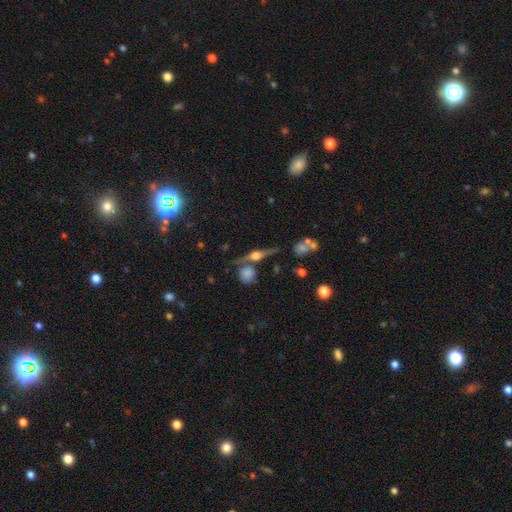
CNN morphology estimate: This appears to be a featured or disk galaxy (75%) viewed edge-on (94%) with a rounded central bulge (94%). Merging: none (74%).